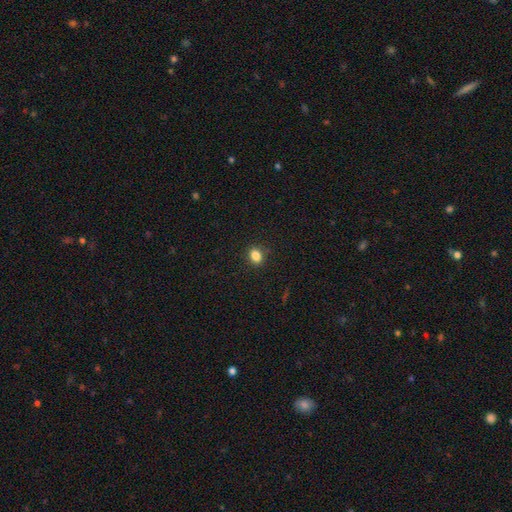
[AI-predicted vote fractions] Overall: smooth (84%). How rounded: in between (58%; round 41%). Merging: none (88%).